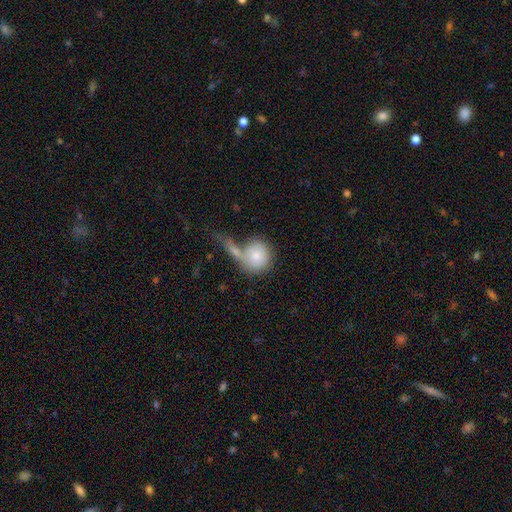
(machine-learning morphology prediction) This appears to be a smooth galaxy with no disk features (75%) that is round (85%). Merging: merger (43%).